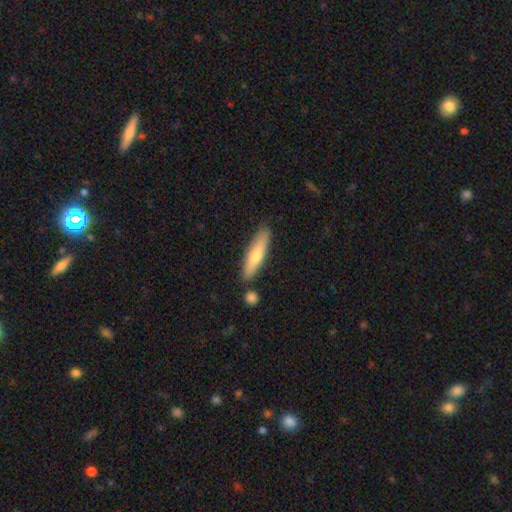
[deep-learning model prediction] Smooth or featured? smooth (62%)
How rounded? cigar-shaped (80%)
Merging? none (83%)